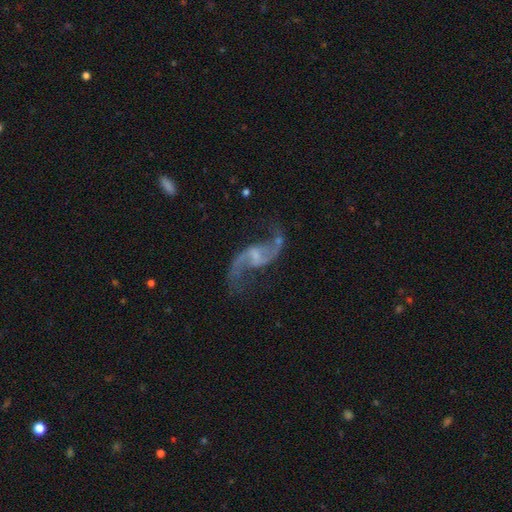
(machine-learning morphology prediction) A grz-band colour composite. It shows a featured or disk galaxy (91%) with a weak bar (52%), 2 (94%) loose (82%) spiral arms (97%) and a small central bulge (48%). Merging: none (73%).